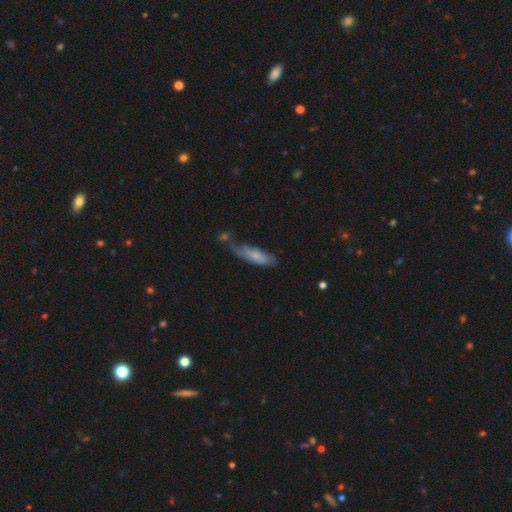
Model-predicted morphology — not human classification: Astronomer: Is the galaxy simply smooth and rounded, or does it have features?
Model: smooth — 62%.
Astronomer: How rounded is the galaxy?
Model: in between — 49%, tied with cigar-shaped at 49%.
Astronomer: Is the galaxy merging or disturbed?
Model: none — 45% (runner-up: minor disturbance, 31%).